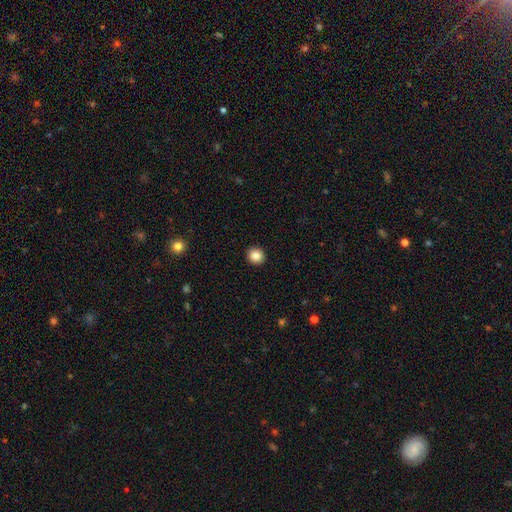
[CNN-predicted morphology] This appears to be a smooth galaxy with no disk features (86%) that is round (92%). Merging: none (93%).